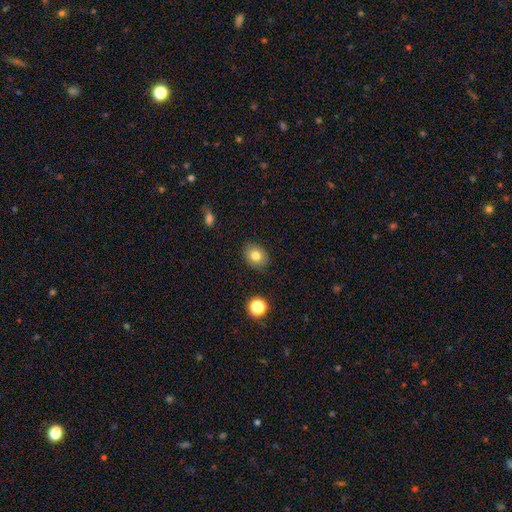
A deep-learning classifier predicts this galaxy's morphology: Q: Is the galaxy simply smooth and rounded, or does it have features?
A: smooth — 80%.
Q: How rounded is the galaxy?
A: in between — 52%.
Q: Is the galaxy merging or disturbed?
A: none — 86%.